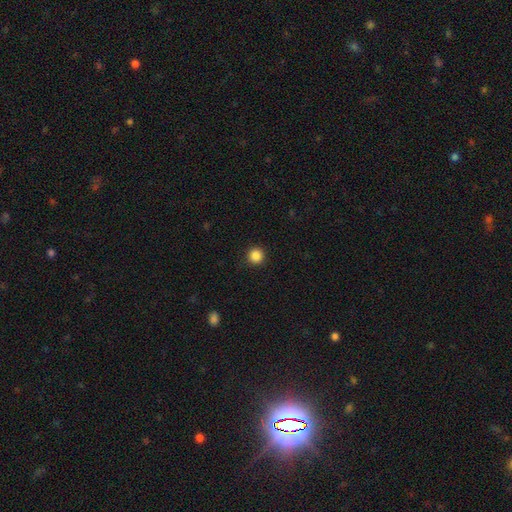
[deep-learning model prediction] This is clearly a smooth galaxy (86%). How rounded: clearly round (95%). Merging: clearly none (92%).